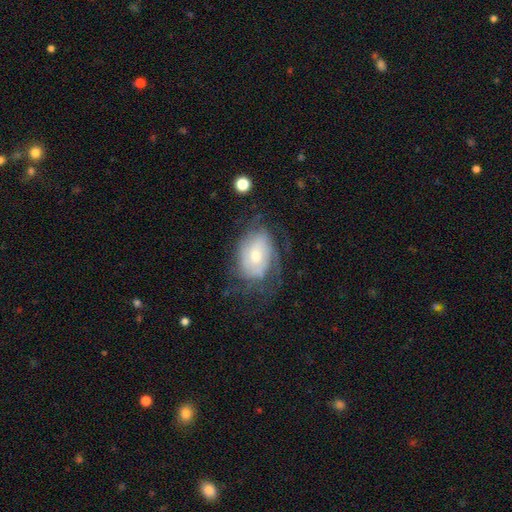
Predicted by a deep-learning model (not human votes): Smooth or featured? featured or disk (60%)
Edge-on disk? no (95%)
Bar? no (71%)
Spiral arms? yes (73%)
Bulge size? moderate (56%)
Merging? none (51%)